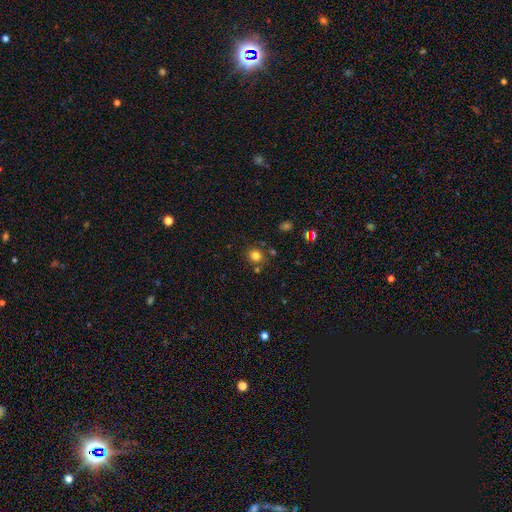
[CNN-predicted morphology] smooth_or_featured: smooth (p=0.79) [alt: star or artifact p=0.14]
how_rounded: round (p=0.88) [alt: in between p=0.11]
merging: none (p=0.80) [alt: minor disturbance p=0.09]